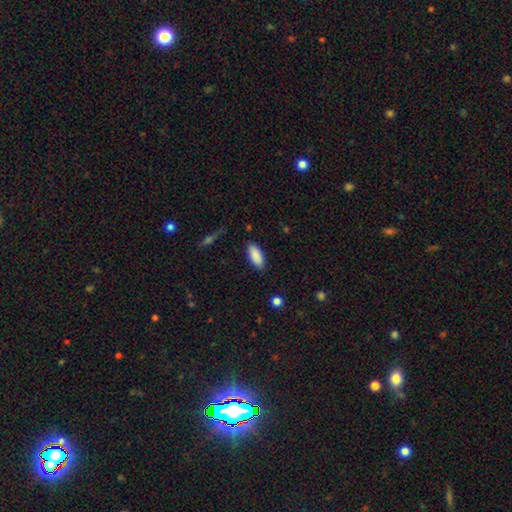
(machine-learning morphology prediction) Smooth or featured? smooth (89%)
How rounded? in between (86%)
Merging? none (86%)